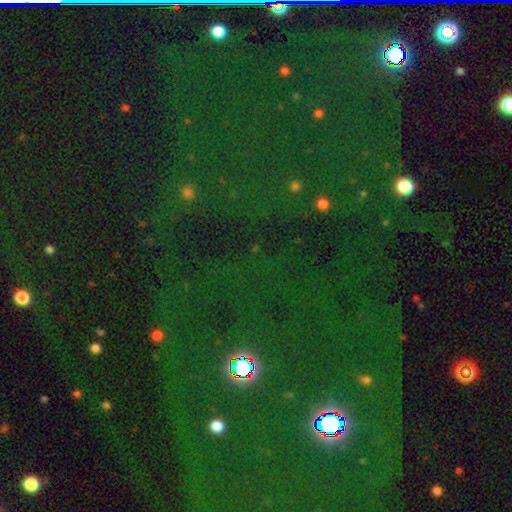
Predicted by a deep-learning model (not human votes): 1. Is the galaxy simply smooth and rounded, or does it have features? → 80% star or artifact, 12% smooth, 8% featured or disk.